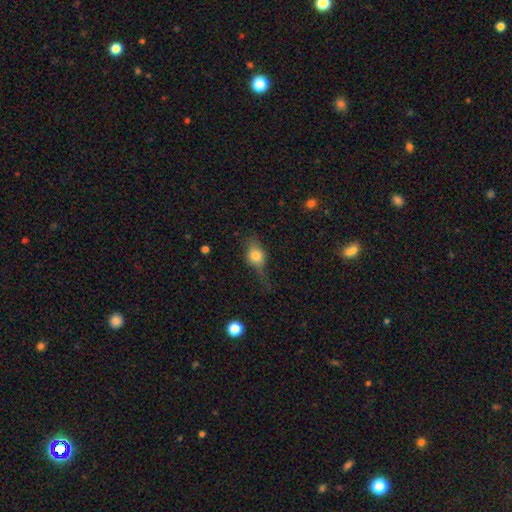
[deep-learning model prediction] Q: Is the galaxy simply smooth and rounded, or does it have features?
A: smooth — 66%.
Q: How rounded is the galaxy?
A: in between — 52%.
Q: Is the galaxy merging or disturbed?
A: none — 40%.